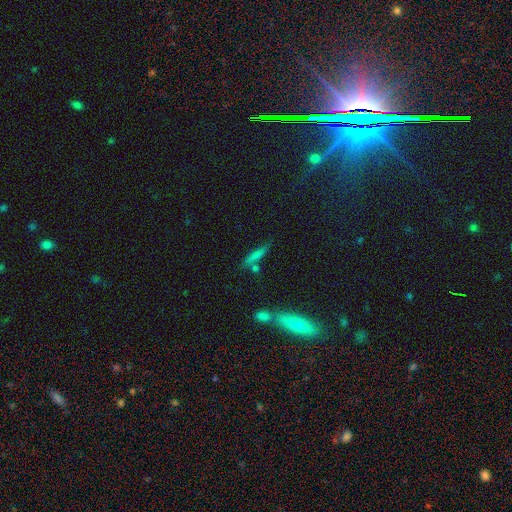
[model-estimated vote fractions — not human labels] The model was most divided on "smooth or featured": smooth: 61%, featured or disk: 27%, star or artifact: 12%. More confident: how rounded — cigar-shaped (81%); merging — none (64%).